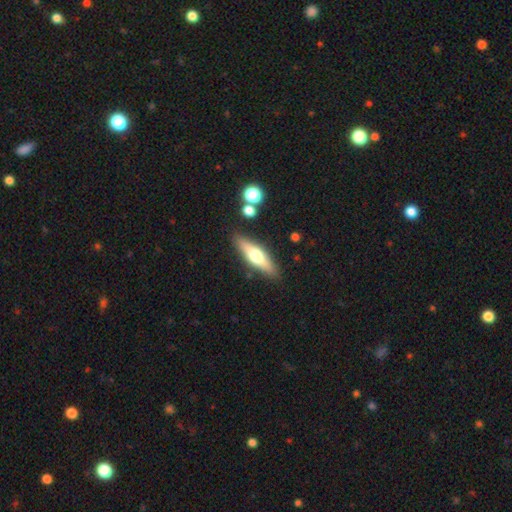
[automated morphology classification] Smooth or featured? smooth (47%, tied with featured or disk)
Merging? none (85%)